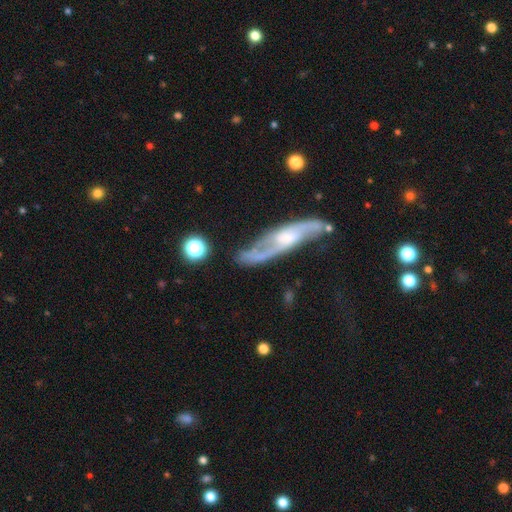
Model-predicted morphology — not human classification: A featured or disk galaxy (81%) with a weak bar (46%), 2 (88%) loose (52%) spiral arms (93%) and a moderate central bulge (41%). Merging: none (66%).